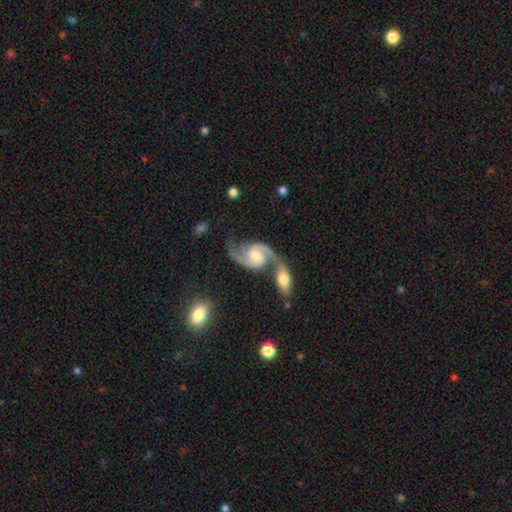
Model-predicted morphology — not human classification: Smooth or featured? featured or disk (91%)
Edge-on disk? no (97%)
Bar? no (47%)
Spiral arms? yes (98%)
Spiral winding? medium (51%)
Spiral arm count? 2 (94%)
Bulge size? moderate (54%)
Merging? merger (49%)